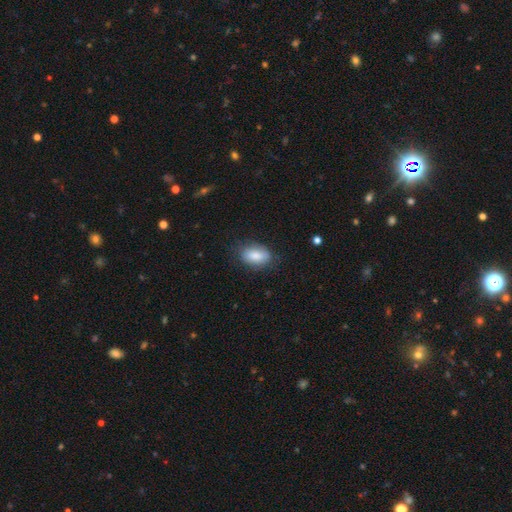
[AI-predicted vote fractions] Smooth or featured? smooth (83%)
How rounded? in between (88%)
Merging? none (78%)